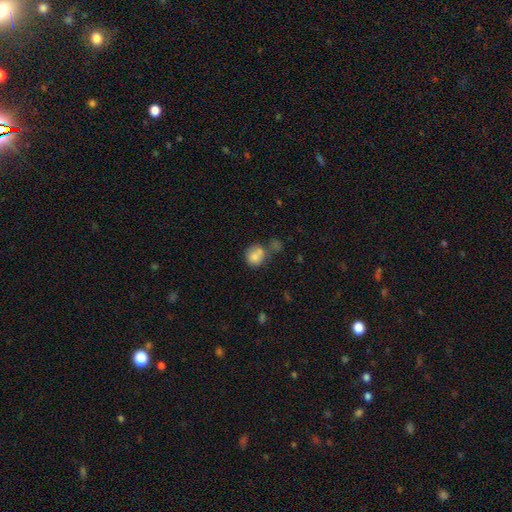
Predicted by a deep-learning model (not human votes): Morphology: type=smooth (80%); roundness=round (74%); merging=merger (42%).